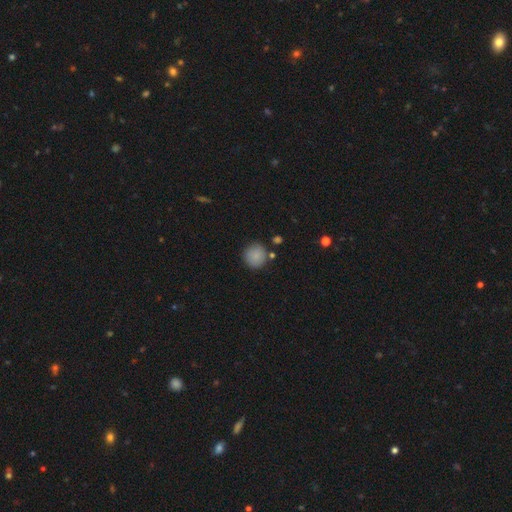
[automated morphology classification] This is clearly a smooth galaxy (86%). How rounded: clearly round (93%). Merging: clearly none (81%).